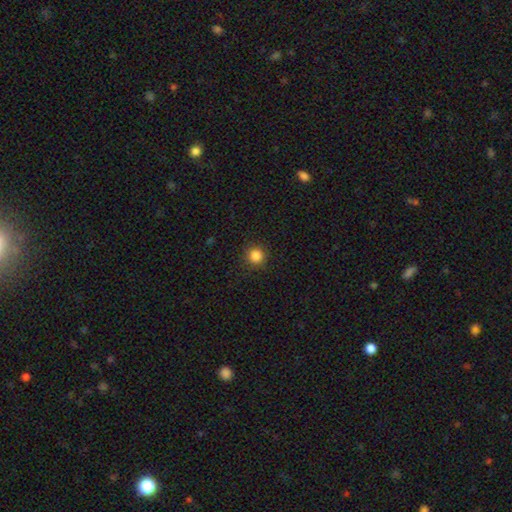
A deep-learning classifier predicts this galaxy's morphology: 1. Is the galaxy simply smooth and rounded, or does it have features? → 85% smooth, 12% star or artifact, 3% featured or disk.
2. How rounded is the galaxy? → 94% round, 5% in between, 1% cigar-shaped.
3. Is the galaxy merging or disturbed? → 90% none, 6% minor disturbance, 2% major disturbance, 1% merger.